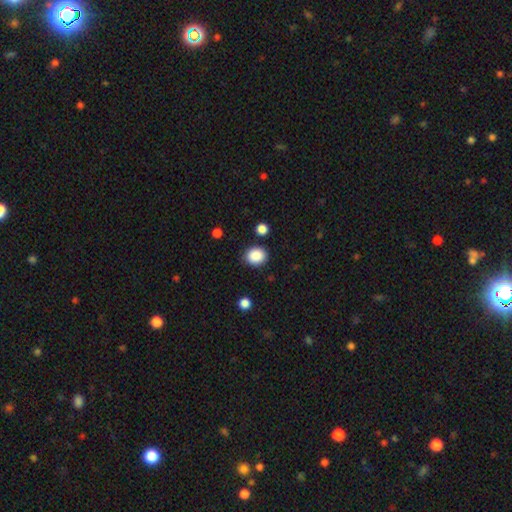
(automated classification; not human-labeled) Q: Smooth or featured?
A: smooth (88%); runner-up: star or artifact (9%)
Q: How rounded?
A: round (65%); runner-up: in between (34%)
Q: Merging?
A: none (85%); runner-up: minor disturbance (9%)